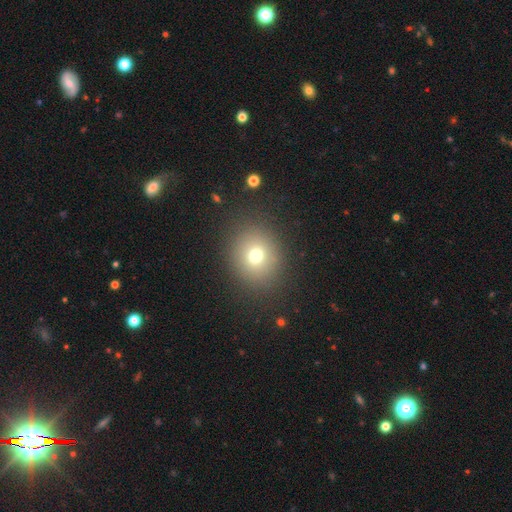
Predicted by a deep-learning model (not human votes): Morphology: type=smooth (72%); roundness=round (76%); merging=none (86%).